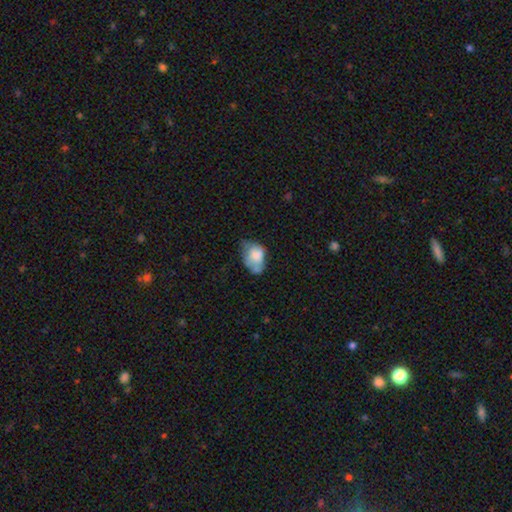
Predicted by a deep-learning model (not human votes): Smooth or featured? Predicted: smooth (p=0.70). How rounded? Predicted: in between (p=0.81). Merging? Predicted: minor disturbance (p=0.41).